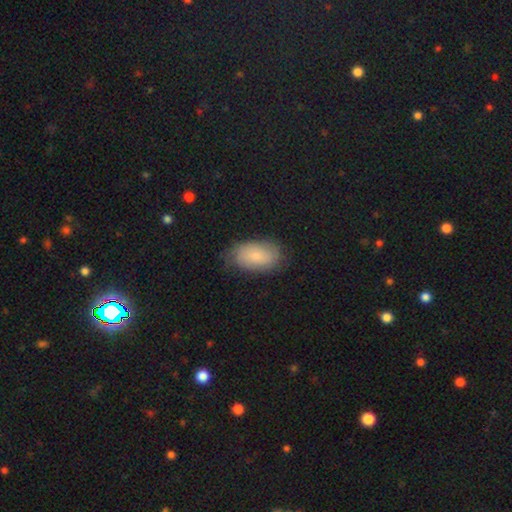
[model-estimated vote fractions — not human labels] The model was most divided on "merging": none: 71%, minor disturbance: 22%, major disturbance: 6%, merger: 1%. More confident: how rounded — in between (92%); smooth or featured — smooth (72%).